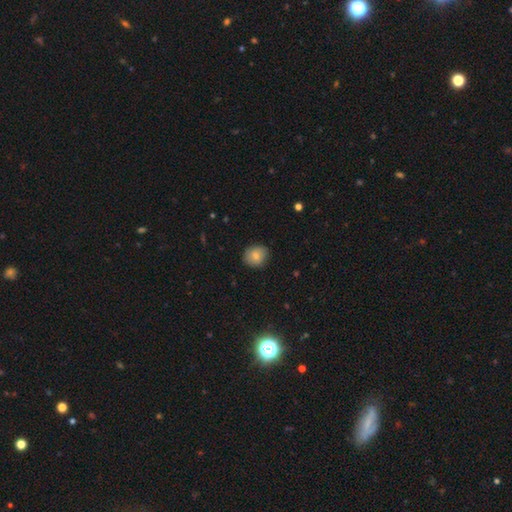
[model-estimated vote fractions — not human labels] A smooth galaxy with no disk features (82%) that is round (75%). Merging: none (85%).